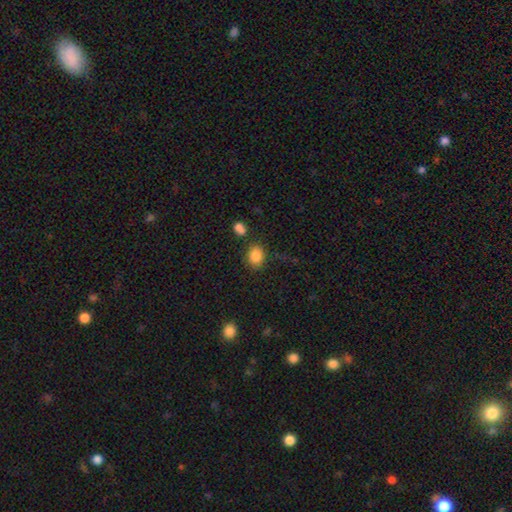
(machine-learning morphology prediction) Smooth or featured?
  - smooth: 86% *
  - star or artifact: 10%
  - featured or disk: 5%
How rounded?
  - in between: 51% *
  - round: 48%
  - cigar-shaped: 1%
Merging?
  - none: 76% *
  - minor disturbance: 13%
  - merger: 7%
  - major disturbance: 4%